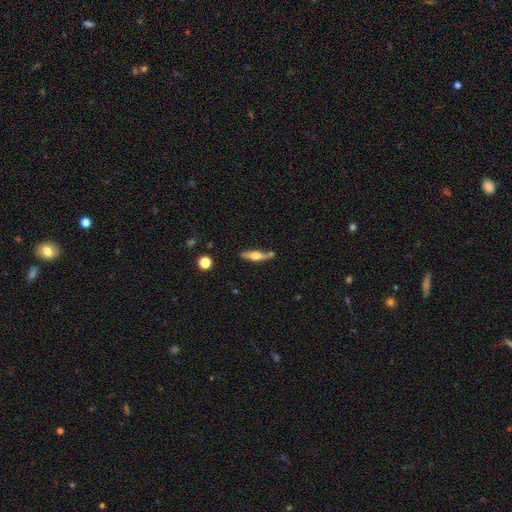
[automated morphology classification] The model was most divided on "smooth or featured": featured or disk: 57%, smooth: 37%, star or artifact: 6%. More confident: edge-on disk — yes (94%); edge-on bulge — rounded (92%); merging — none (75%).